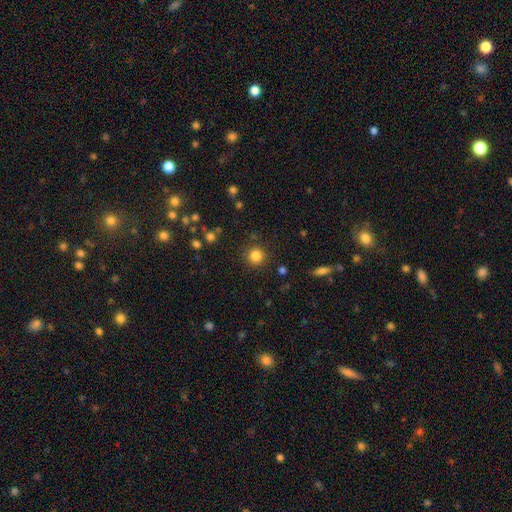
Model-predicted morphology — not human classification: Smooth or featured? smooth (83%)
How rounded? round (93%)
Merging? none (89%)